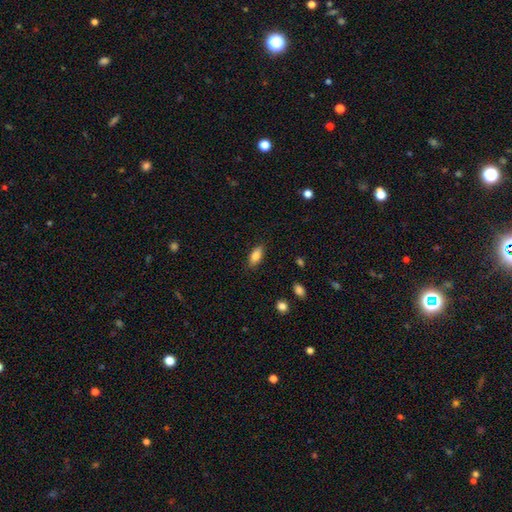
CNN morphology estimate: Smooth or featured? Predicted: smooth (p=0.82). How rounded? Predicted: in between (p=0.84). Merging? Predicted: none (p=0.86).